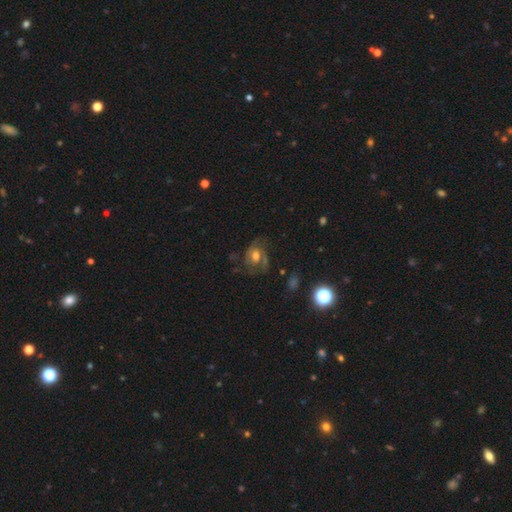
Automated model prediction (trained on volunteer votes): A featured or disk galaxy (63%) with no bar (65%), spiral arms (79%) and a moderate central bulge (64%). Merging: none (51%).